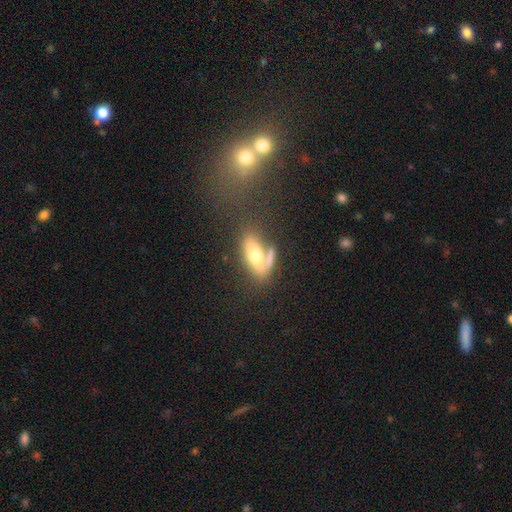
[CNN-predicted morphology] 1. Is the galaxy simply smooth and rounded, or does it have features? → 57% smooth, 34% featured or disk, 9% star or artifact.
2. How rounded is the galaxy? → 77% in between, 18% cigar-shaped, 5% round.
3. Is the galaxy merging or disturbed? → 41% none, 31% merger, 15% minor disturbance, 13% major disturbance.